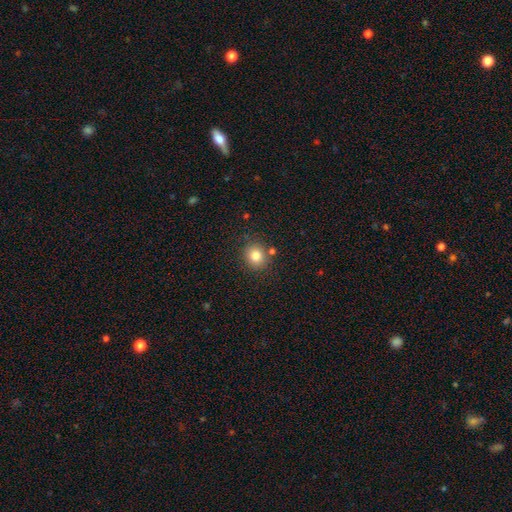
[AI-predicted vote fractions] The model was most divided on "how rounded": round: 83%, in between: 17%, cigar-shaped: 1%. More confident: smooth or featured — smooth (82%); merging — none (81%).